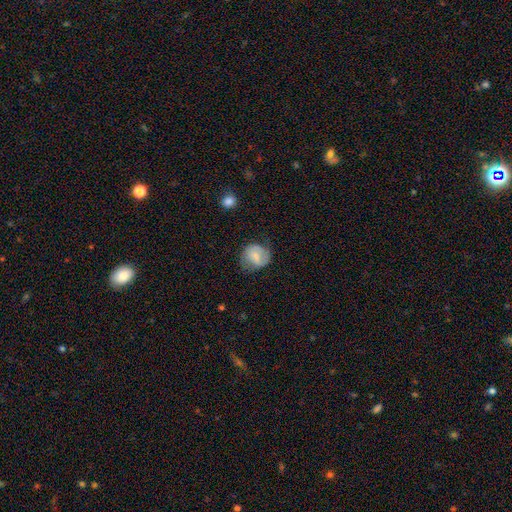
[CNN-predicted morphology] Smooth or featured? Predicted: smooth (p=0.62). How rounded? Predicted: round (p=0.71). Merging? Predicted: none (p=0.58).